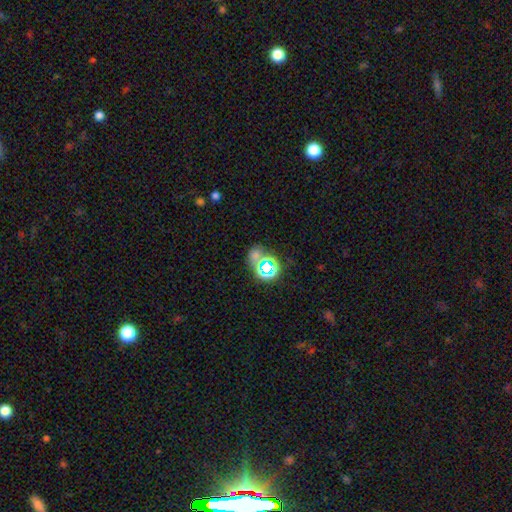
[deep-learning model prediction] This appears to be a star or artifact, not a galaxy (52%).